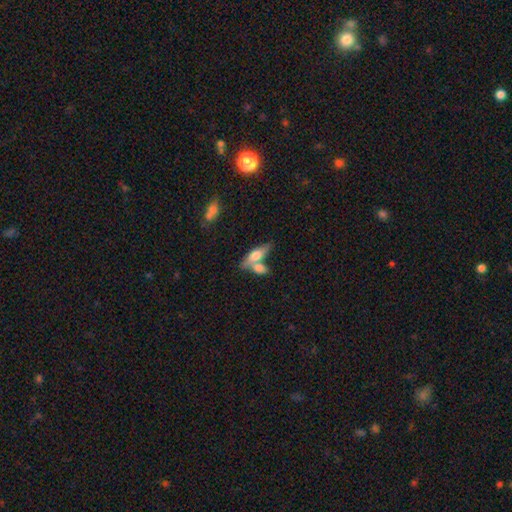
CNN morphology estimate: Q: Smooth or featured?
A: smooth (62%); runner-up: featured or disk (32%)
Q: How rounded?
A: in between (63%); runner-up: cigar-shaped (33%)
Q: Merging?
A: merger (48%); runner-up: none (39%)